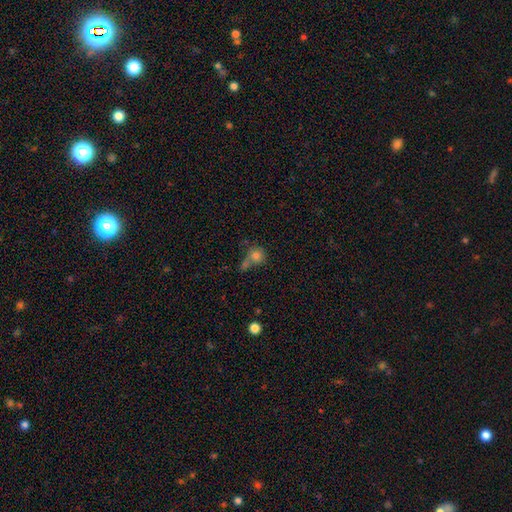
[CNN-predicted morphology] A smooth galaxy with no disk features (78%) that is round (80%).

Vote fractions:
- Smooth or featured? smooth: 78% / star or artifact: 11% / featured or disk: 10%
- How rounded? round: 80% / in between: 18% / cigar-shaped: 1%
- Merging? merger: 40% / none: 37% / minor disturbance: 14% / major disturbance: 10%